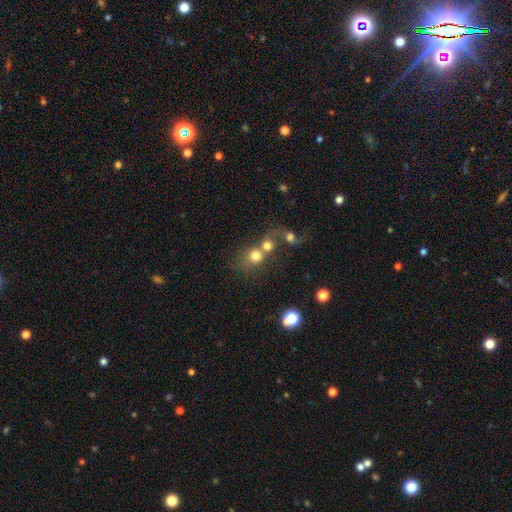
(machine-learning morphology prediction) Smooth or featured: smooth — 70% (featured or disk — 17%)
How rounded: round — 78% (in between — 21%)
Merging: merger — 56% (none — 30%)